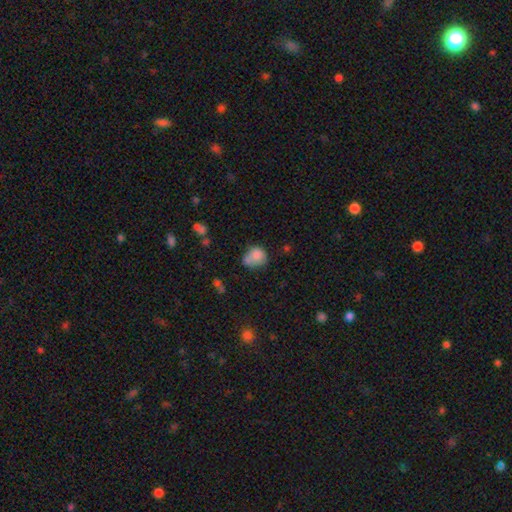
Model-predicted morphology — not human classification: smooth_or_featured: smooth (p=0.79) [alt: featured or disk p=0.12]
how_rounded: round (p=0.59) [alt: in between p=0.40]
merging: none (p=0.40) [alt: minor disturbance p=0.26]